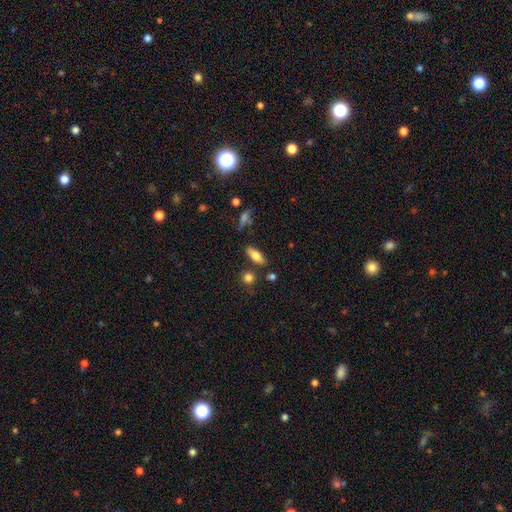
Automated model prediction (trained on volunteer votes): Overall: smooth (68%). How rounded: in between (67%; cigar-shaped 29%). Merging: none (78%).